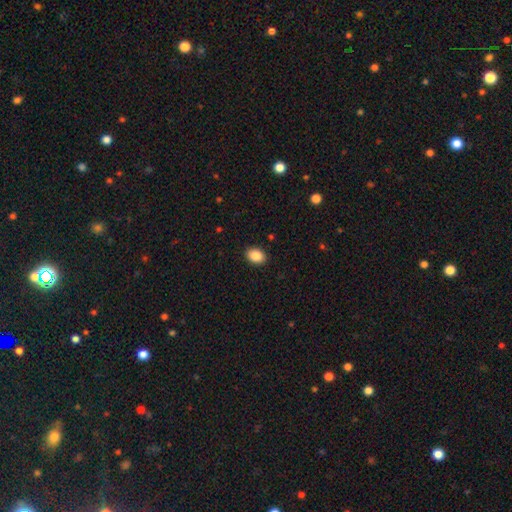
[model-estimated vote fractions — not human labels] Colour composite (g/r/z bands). It shows a smooth galaxy with no disk features (88%) that is in between round and cigar-shaped (76%). Merging: none (90%).